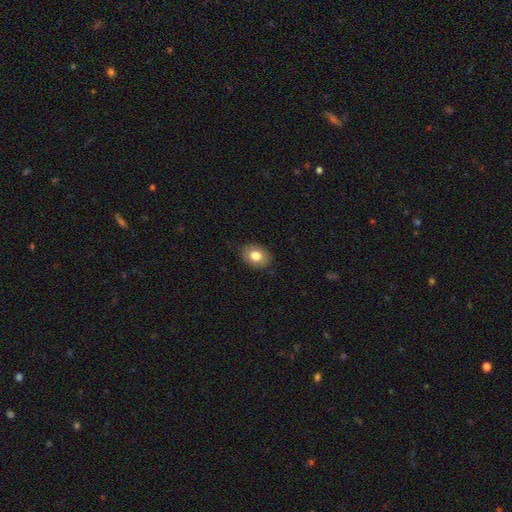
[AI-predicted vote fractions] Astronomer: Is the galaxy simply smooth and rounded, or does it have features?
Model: smooth — 81%.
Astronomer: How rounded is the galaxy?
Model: in between — 69%.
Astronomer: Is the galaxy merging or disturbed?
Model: none — 85%.